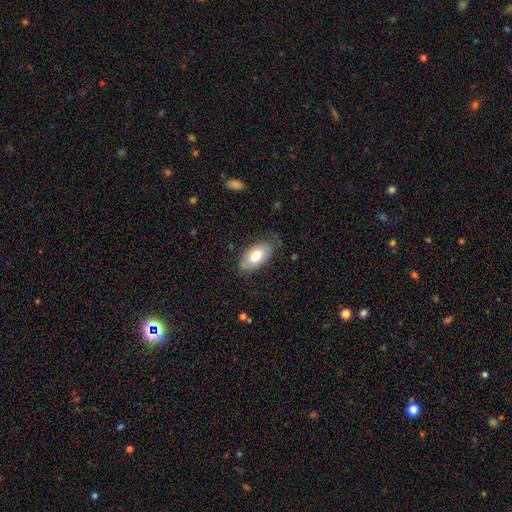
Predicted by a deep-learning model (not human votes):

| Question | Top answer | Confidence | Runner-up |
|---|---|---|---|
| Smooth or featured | smooth | 67% | featured or disk (26%) |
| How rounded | in between | 93% | round (4%) |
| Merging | none | 67% | minor disturbance (24%) |